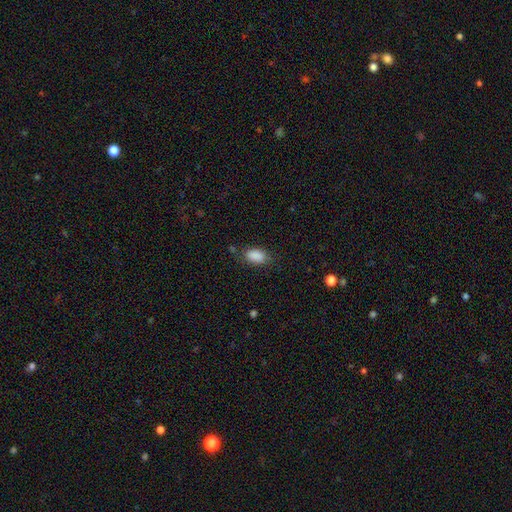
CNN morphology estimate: smooth_or_featured: smooth (p=0.88) [alt: star or artifact p=0.08]
how_rounded: in between (p=0.91) [alt: round p=0.06]
merging: none (p=0.73) [alt: minor disturbance p=0.19]